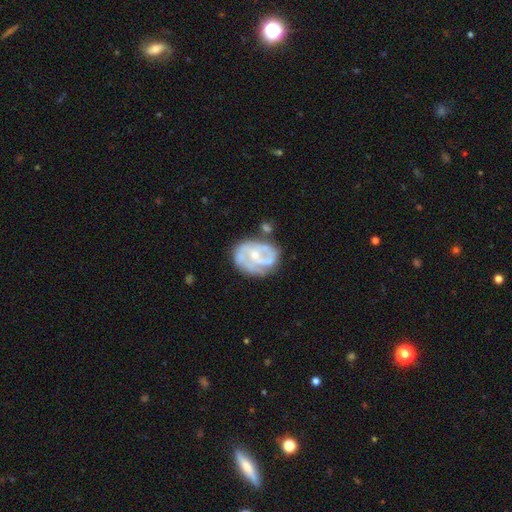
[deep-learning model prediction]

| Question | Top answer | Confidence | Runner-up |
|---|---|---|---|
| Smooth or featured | featured or disk | 78% | smooth (16%) |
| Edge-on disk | no | 98% | yes (2%) |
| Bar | no | 63% | weak (29%) |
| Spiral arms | yes | 72% | no (28%) |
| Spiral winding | tight | 42% | medium (40%) |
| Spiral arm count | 2 | 36% | can't tell (33%) |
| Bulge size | small | 57% | moderate (38%) |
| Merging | none | 56% | minor disturbance (24%) |